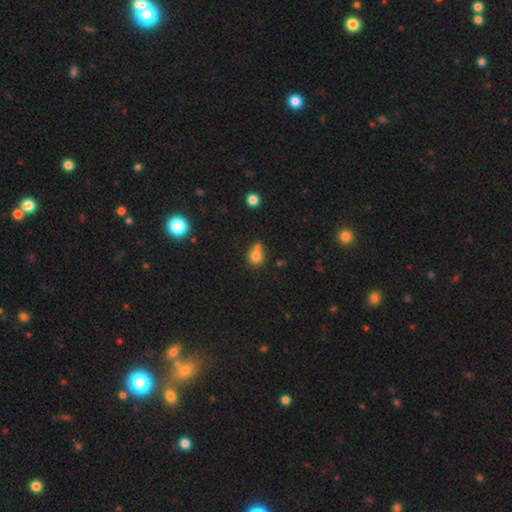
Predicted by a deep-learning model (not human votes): A smooth galaxy with no disk features (76%) that is round (77%). Merging: none (43%).